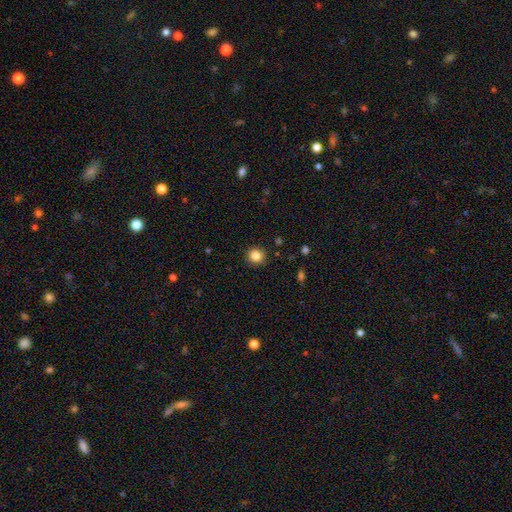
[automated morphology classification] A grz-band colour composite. It shows a smooth galaxy with no disk features (85%) that is round (90%). Merging: none (90%).